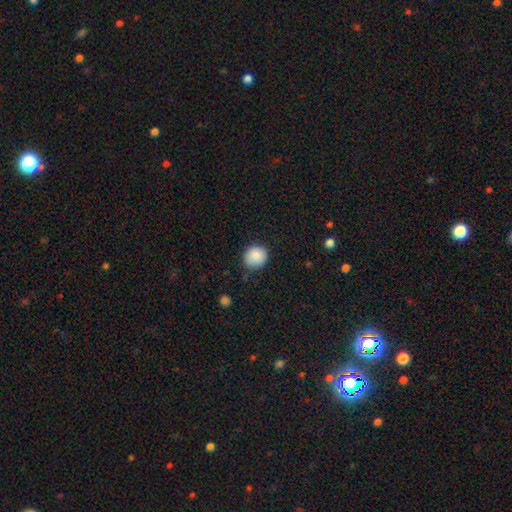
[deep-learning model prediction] A smooth galaxy with no disk features (86%) that is round (84%). Merging: none (79%).